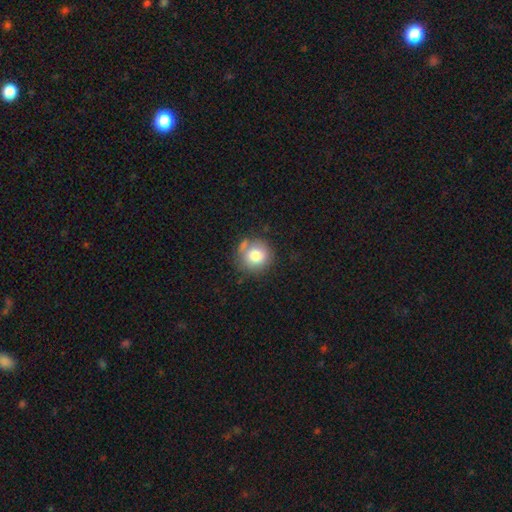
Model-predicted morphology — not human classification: Q: Smooth or featured?
A: smooth (80%); runner-up: featured or disk (11%)
Q: How rounded?
A: round (91%); runner-up: in between (8%)
Q: Merging?
A: none (66%); runner-up: minor disturbance (17%)